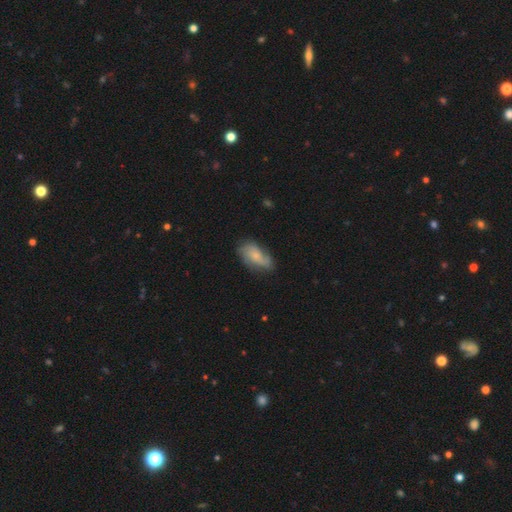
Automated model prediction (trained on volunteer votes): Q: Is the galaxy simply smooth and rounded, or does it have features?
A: smooth — 47%.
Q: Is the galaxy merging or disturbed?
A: none — 61%.